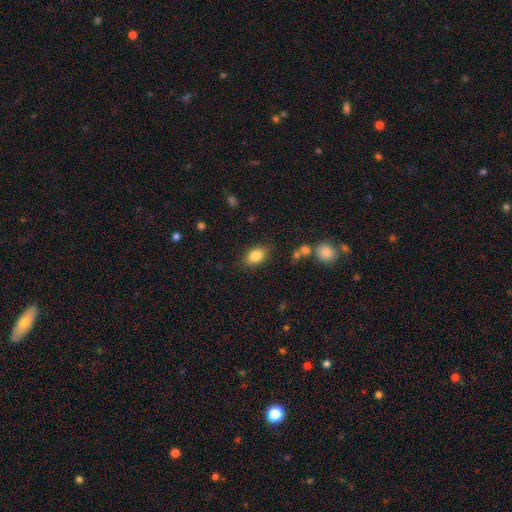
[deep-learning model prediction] Smooth or featured? Predicted: smooth (p=0.84). How rounded? Predicted: in between (p=0.86). Merging? Predicted: none (p=0.83).